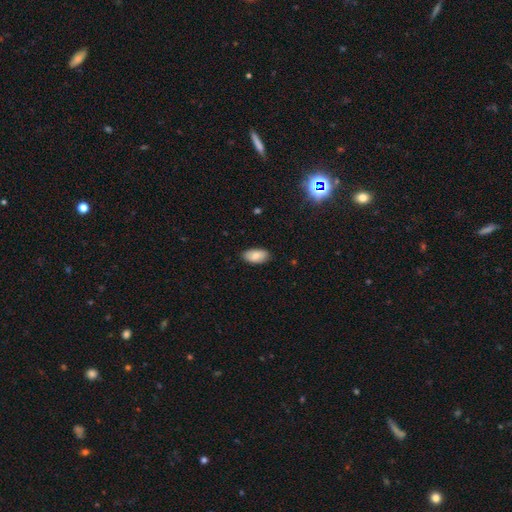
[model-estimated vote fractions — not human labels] smooth 83%, featured or disk 10%, star or artifact 7%. Down the decision tree: how rounded — in between (95%); merging — none (85%).